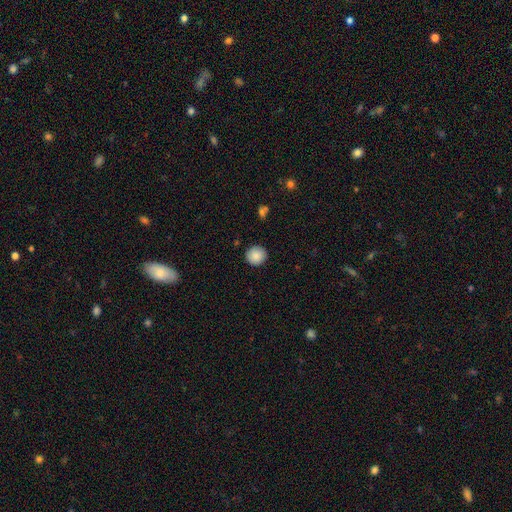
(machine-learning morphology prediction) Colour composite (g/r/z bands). It shows a smooth galaxy with no disk features (87%) that is round (93%). Merging: none (90%).